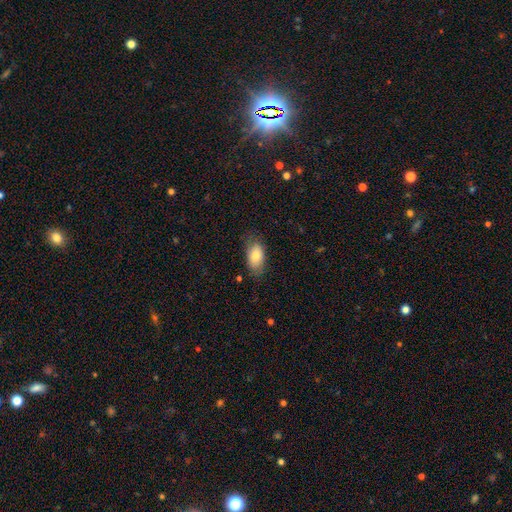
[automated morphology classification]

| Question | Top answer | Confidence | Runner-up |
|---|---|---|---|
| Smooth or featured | smooth | 76% | featured or disk (17%) |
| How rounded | in between | 92% | round (5%) |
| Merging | none | 71% | minor disturbance (22%) |